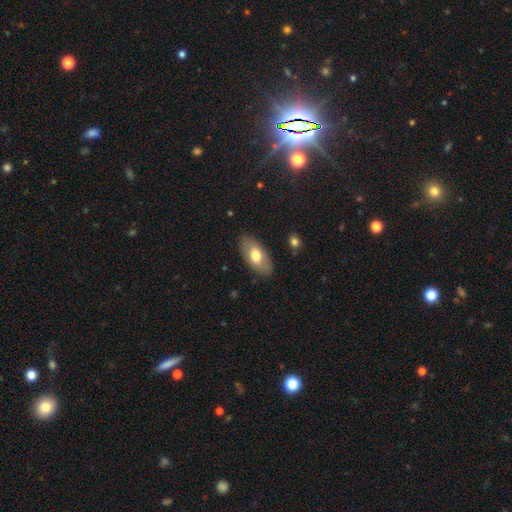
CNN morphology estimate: Smooth or featured? Predicted: smooth (p=0.71). How rounded? Predicted: in between (p=0.92). Merging? Predicted: none (p=0.85).